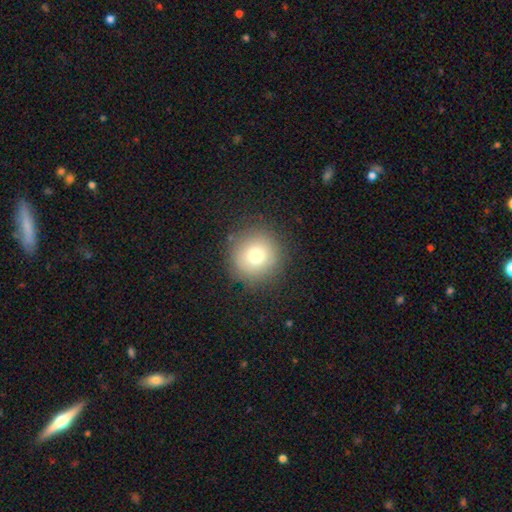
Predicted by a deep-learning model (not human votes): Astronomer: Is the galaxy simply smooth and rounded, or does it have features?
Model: smooth — 74%.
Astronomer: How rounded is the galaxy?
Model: round — 95%.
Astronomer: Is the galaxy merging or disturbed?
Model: none — 88%.